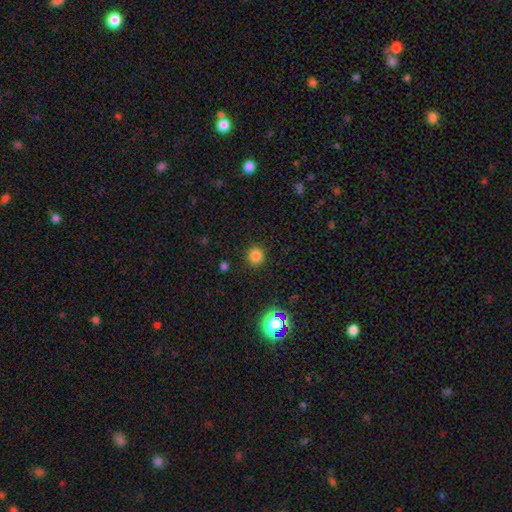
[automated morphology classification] Smooth or featured? smooth (81%)
How rounded? round (89%)
Merging? none (90%)